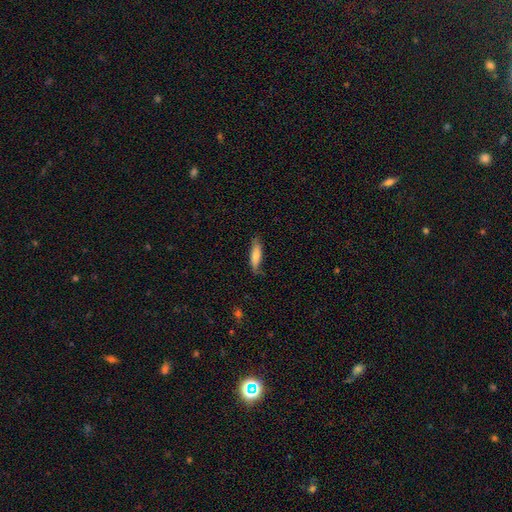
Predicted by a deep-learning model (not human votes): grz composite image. It shows a smooth galaxy with no disk features (77%) that is cigar-shaped (63%). Merging: none (71%).